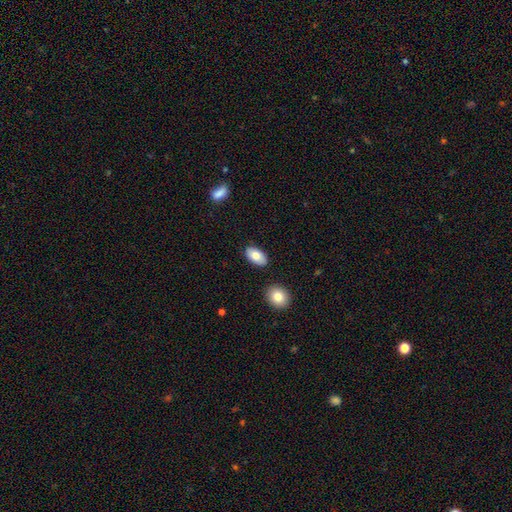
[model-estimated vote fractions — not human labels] smooth_or_featured: smooth (p=0.81) [alt: featured or disk p=0.12]
how_rounded: in between (p=0.94) [alt: round p=0.04]
merging: none (p=0.86) [alt: minor disturbance p=0.09]